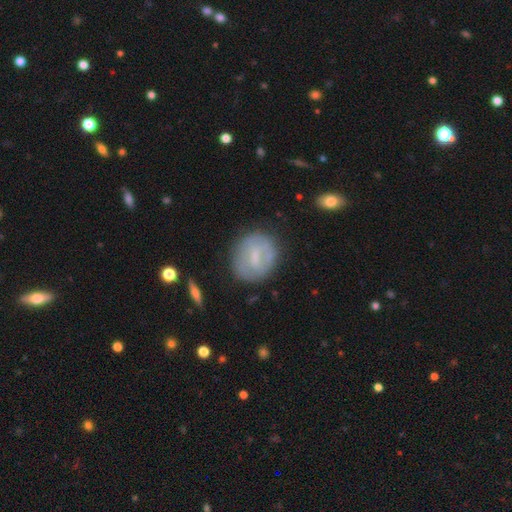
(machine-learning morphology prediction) Smooth or featured: smooth — 47% (featured or disk — 45%)
Merging: none — 75% (minor disturbance — 17%)